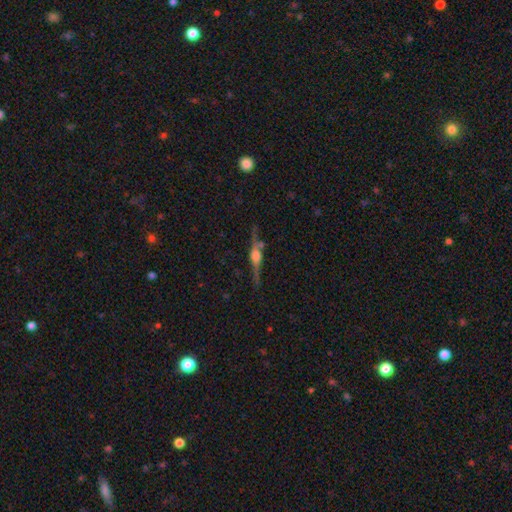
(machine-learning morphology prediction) Smooth or featured: featured or disk — 79% (smooth — 13%)
Edge-on disk: yes — 97% (no — 3%)
Edge-on bulge: rounded — 86% (boxy — 11%)
Merging: none — 80% (minor disturbance — 13%)